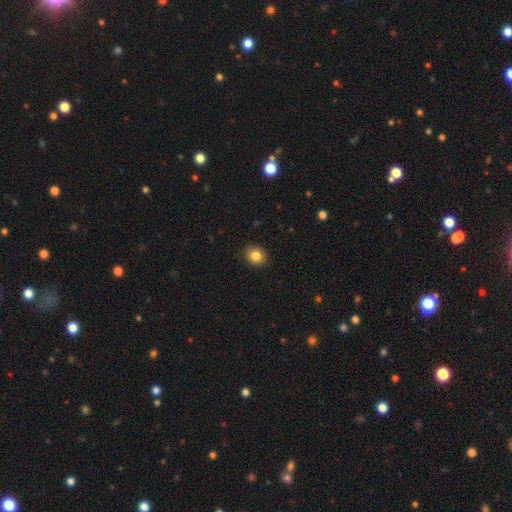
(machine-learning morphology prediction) A smooth galaxy with no disk features (85%) that is round (70%).

Vote fractions:
- Smooth or featured? smooth: 85% / star or artifact: 10% / featured or disk: 5%
- How rounded? round: 70% / in between: 29% / cigar-shaped: 1%
- Merging? none: 91% / minor disturbance: 7% / major disturbance: 2% / merger: 1%